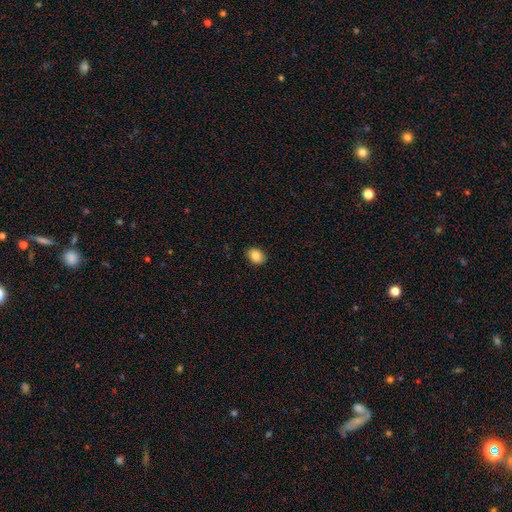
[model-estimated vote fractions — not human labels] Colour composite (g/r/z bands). It shows a smooth galaxy with no disk features (85%) that is in between round and cigar-shaped (72%). Merging: none (88%).